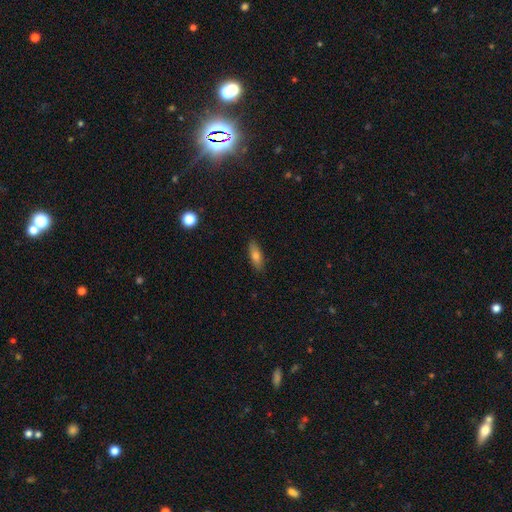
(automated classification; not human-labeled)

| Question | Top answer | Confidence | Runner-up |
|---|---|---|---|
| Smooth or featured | smooth | 73% | featured or disk (20%) |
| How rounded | in between | 59% | cigar-shaped (38%) |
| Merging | none | 87% | minor disturbance (10%) |